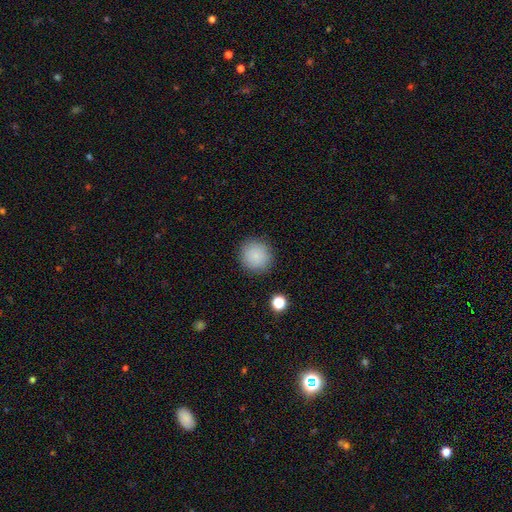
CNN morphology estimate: smooth 86%, star or artifact 9%, featured or disk 5%. Down the decision tree: how rounded — round (92%); merging — none (89%).